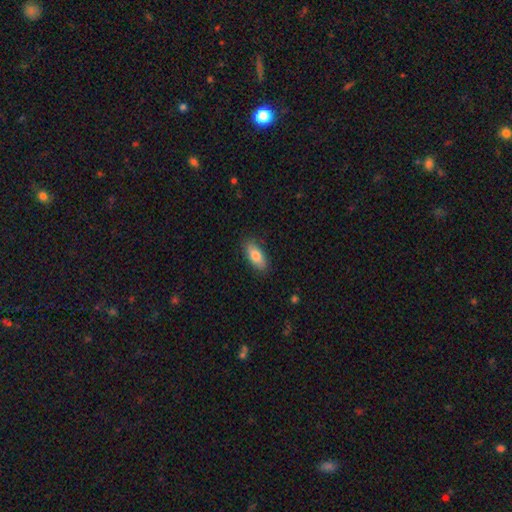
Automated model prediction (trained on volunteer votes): Smooth or featured: smooth — 79% (featured or disk — 15%)
How rounded: in between — 83% (cigar-shaped — 14%)
Merging: none — 85% (minor disturbance — 12%)